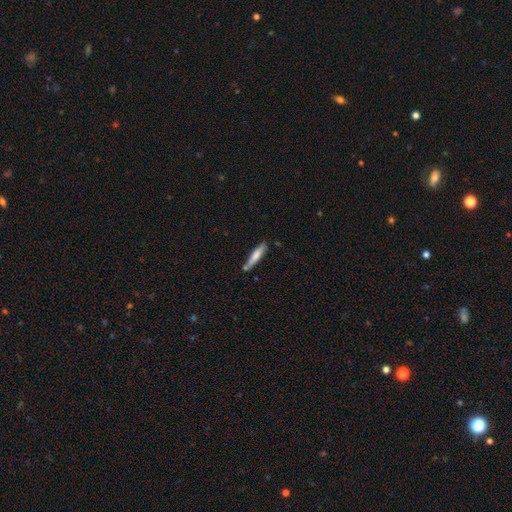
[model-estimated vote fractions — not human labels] A smooth galaxy with no disk features (67%) that is cigar-shaped (87%). Merging: none (70%).